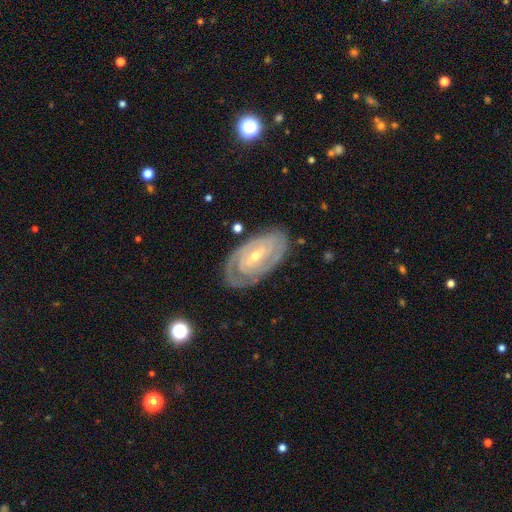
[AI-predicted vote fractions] Morphology: type=featured or disk (88%); edge-on=no (95%); bar=weak (41%); spiral arms=yes (95%); winding=tight (79%); arm count=2 (55%); bulge=small (59%); merging=none (81%).